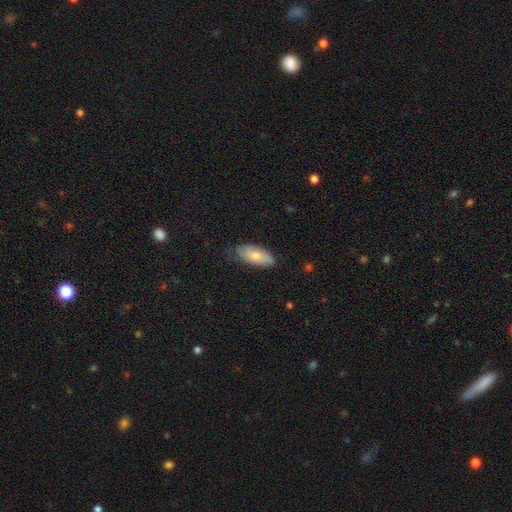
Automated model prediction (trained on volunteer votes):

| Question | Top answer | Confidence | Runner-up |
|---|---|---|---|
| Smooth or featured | smooth | 75% | featured or disk (20%) |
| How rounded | in between | 88% | cigar-shaped (10%) |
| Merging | none | 70% | minor disturbance (24%) |